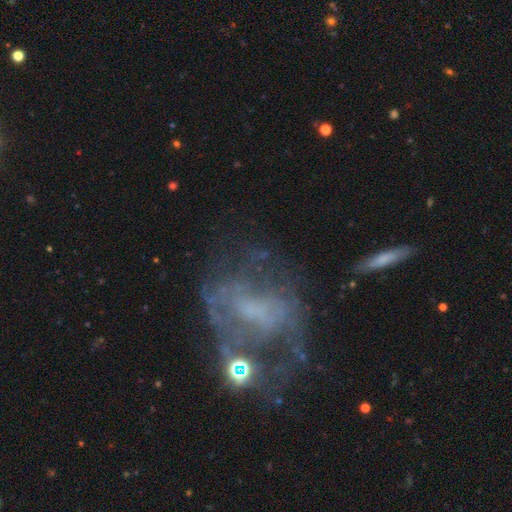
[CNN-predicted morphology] Smooth or featured? Predicted: featured or disk (p=0.67). Edge-on disk? Predicted: no (p=0.95). Bar? Predicted: no (p=0.53). Spiral arms? Predicted: yes (p=0.51). Bulge size? Predicted: none (p=0.45). Merging? Predicted: none (p=0.41).